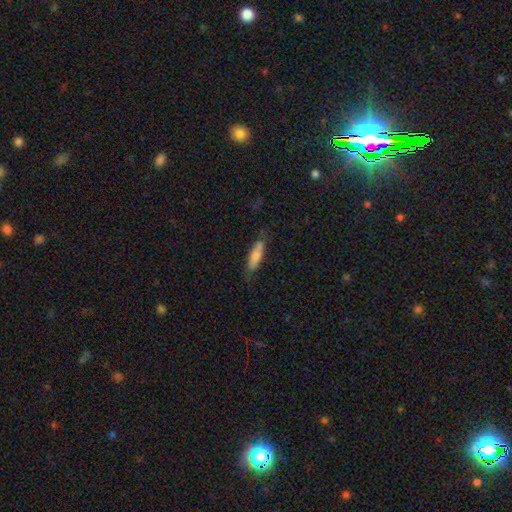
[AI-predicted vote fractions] smooth-or-featured: smooth: 71% | featured or disk: 22% | star or artifact: 7%
  how-rounded: cigar-shaped: 61% | in between: 37% | round: 2%
  merging: none: 69% | minor disturbance: 22% | major disturbance: 6% | merger: 3%